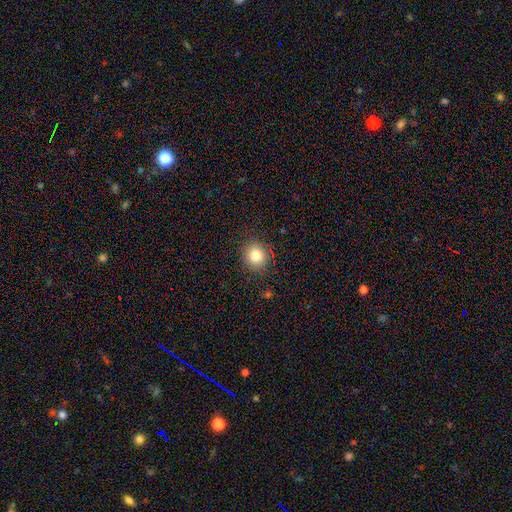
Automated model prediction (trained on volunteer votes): Q: Smooth or featured?
A: smooth (82%); runner-up: star or artifact (11%)
Q: How rounded?
A: round (86%); runner-up: in between (13%)
Q: Merging?
A: none (88%); runner-up: minor disturbance (8%)